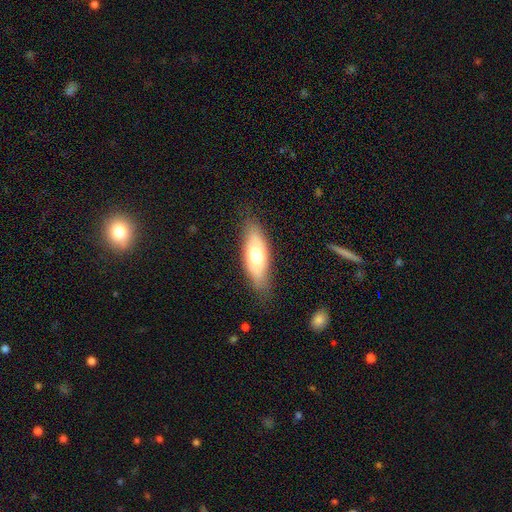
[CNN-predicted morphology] Smooth or featured? Predicted: smooth (p=0.65). How rounded? Predicted: in between (p=0.66). Merging? Predicted: none (p=0.81).